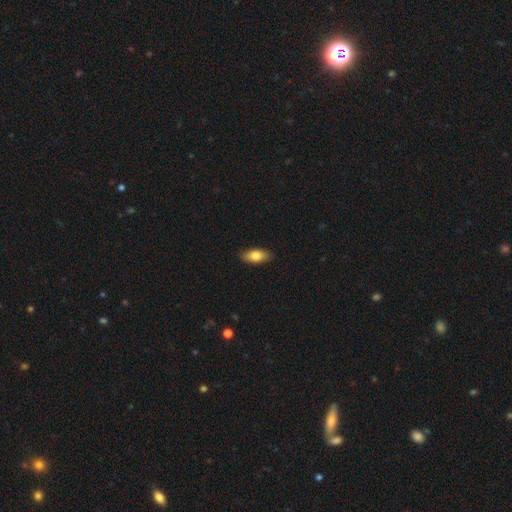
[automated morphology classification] Q: Smooth or featured?
A: smooth (81%); runner-up: featured or disk (13%)
Q: How rounded?
A: in between (87%); runner-up: cigar-shaped (9%)
Q: Merging?
A: none (89%); runner-up: minor disturbance (9%)